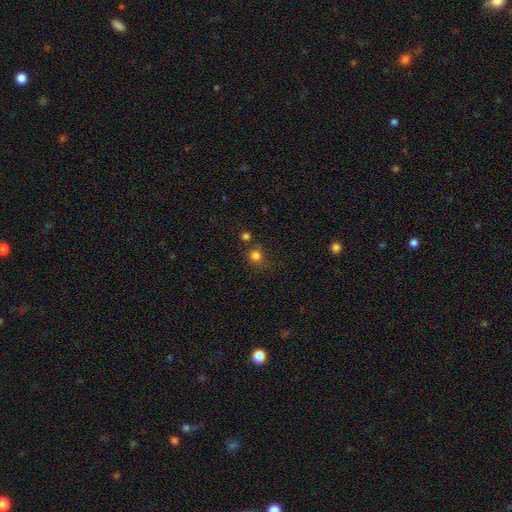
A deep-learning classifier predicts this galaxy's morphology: Smooth or featured? smooth (79%)
How rounded? round (88%)
Merging? none (70%)